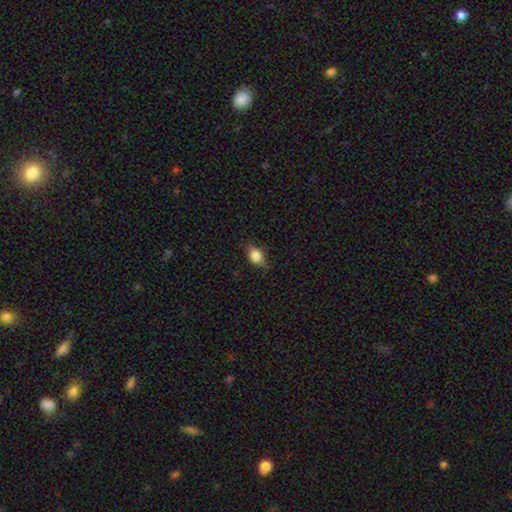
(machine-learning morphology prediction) This is clearly a smooth galaxy (83%). How rounded: likely in between (75%). Merging: likely none (70%).